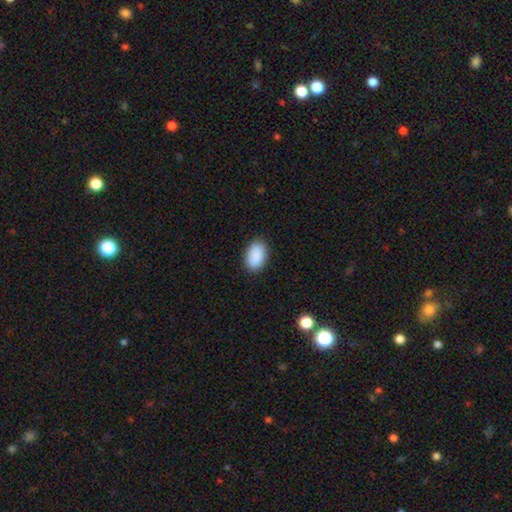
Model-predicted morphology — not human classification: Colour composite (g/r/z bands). It shows a smooth galaxy with no disk features (90%) that is in between round and cigar-shaped (91%). Merging: none (87%).